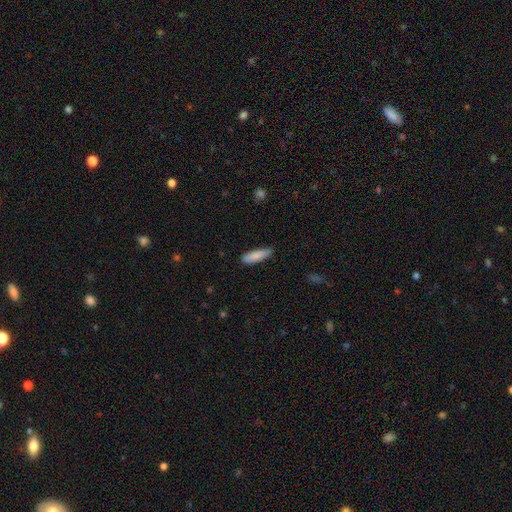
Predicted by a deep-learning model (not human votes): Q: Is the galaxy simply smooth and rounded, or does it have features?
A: smooth — 84%.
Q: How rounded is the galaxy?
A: cigar-shaped — 58%.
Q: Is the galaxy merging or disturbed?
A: none — 75%.